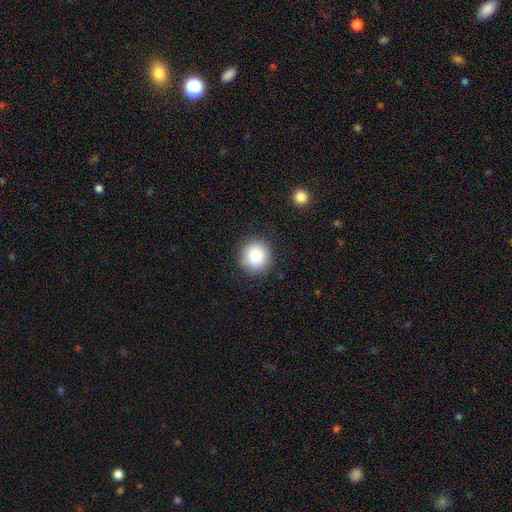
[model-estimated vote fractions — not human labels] Morphology: type=smooth (84%); roundness=round (92%); merging=none (89%).